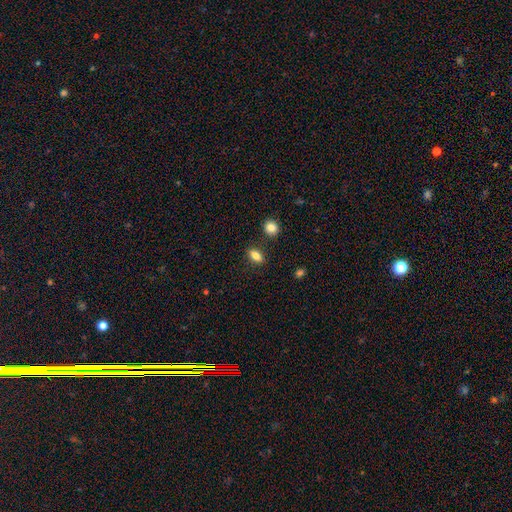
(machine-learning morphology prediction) This appears to be a smooth galaxy with no disk features (81%) that is in between round and cigar-shaped (79%). Merging: none (85%).